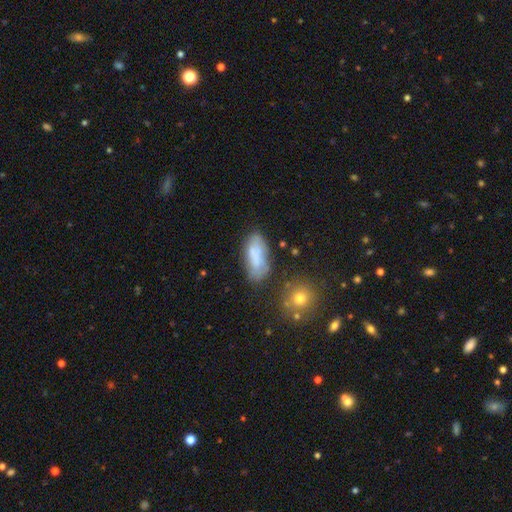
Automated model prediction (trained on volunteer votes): Morphology: type=smooth (67%); roundness=in between (84%); merging=none (61%).